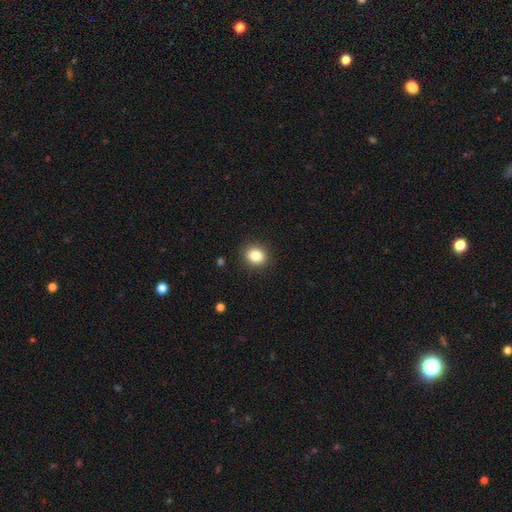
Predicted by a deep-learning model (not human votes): The model was most divided on "how rounded": round: 72%, in between: 27%, cigar-shaped: 1%. More confident: merging — none (90%); smooth or featured — smooth (84%).